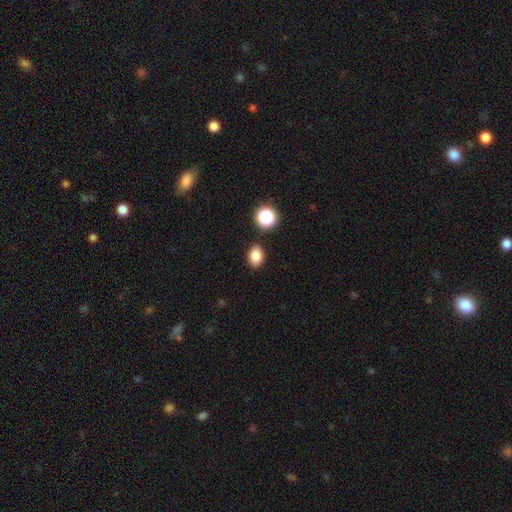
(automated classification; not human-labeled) smooth 83%, star or artifact 11%, featured or disk 5%. Down the decision tree: how rounded — in between (69%); merging — none (85%).